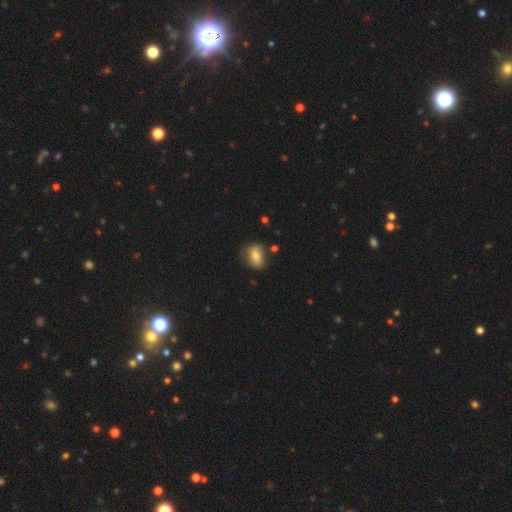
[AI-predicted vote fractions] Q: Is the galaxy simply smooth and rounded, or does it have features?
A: smooth — 73%.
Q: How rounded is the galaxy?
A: in between — 72%.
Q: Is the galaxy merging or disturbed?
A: none — 73%.